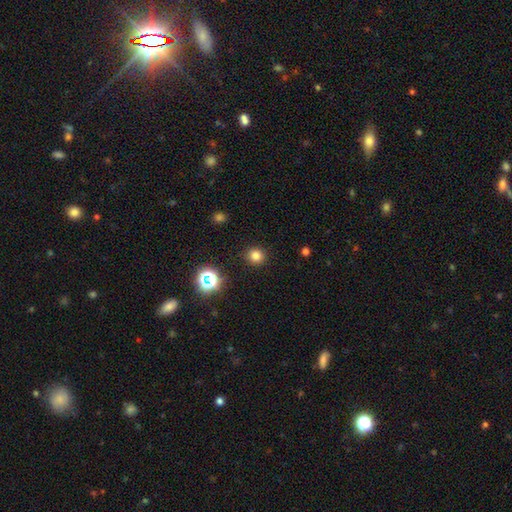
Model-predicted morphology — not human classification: Q: Smooth or featured?
A: smooth (78%); runner-up: star or artifact (17%)
Q: How rounded?
A: round (92%); runner-up: in between (7%)
Q: Merging?
A: none (91%); runner-up: minor disturbance (6%)